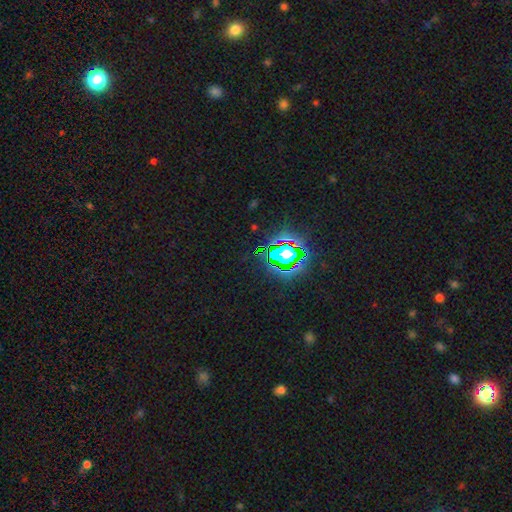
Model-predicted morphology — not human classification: Smooth or featured? star or artifact (81%)